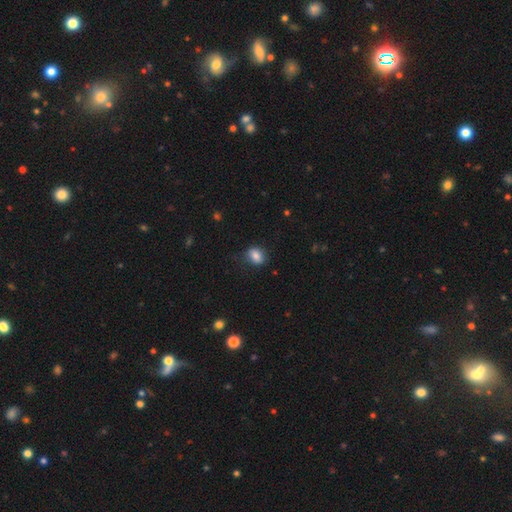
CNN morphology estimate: This is clearly a smooth galaxy (83%). How rounded: likely in between (60%). Merging: likely none (74%).